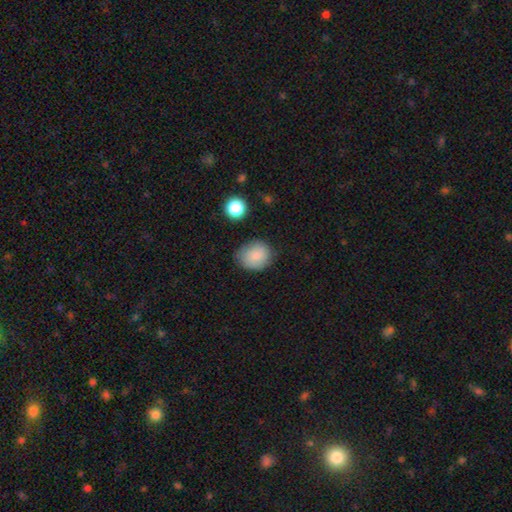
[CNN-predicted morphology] This appears to be a smooth galaxy with no disk features (84%) that is round (72%). Merging: none (74%).